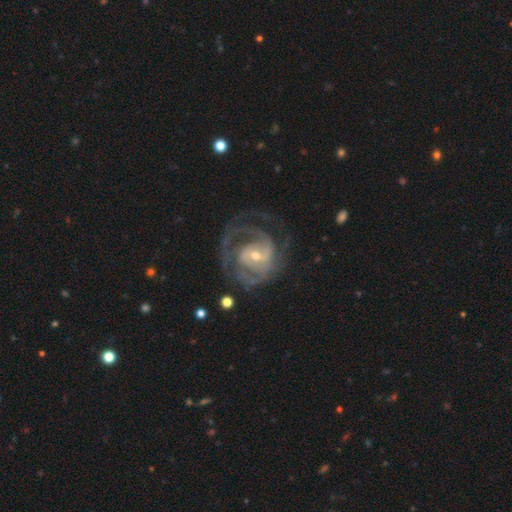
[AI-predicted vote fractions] The model was most divided on "bar": weak: 45%, no: 37%, strong: 17%. Remaining: edge-on disk — no (98%); spiral arms — yes (93%); smooth or featured — featured or disk (87%); bulge size — small (58%); merging — none (55%); spiral winding — tight (49%); spiral arm count — 2 (39%).